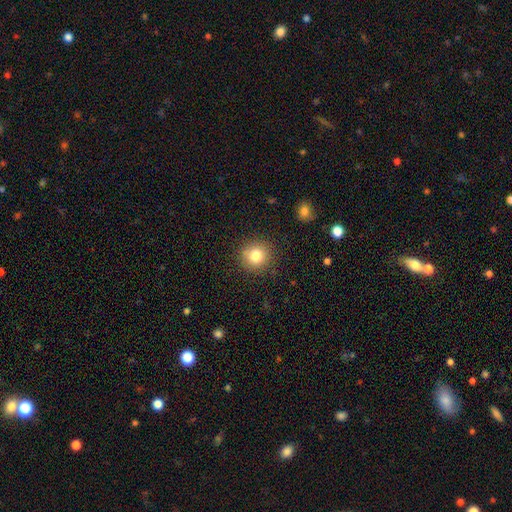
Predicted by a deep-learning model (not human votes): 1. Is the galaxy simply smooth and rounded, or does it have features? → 81% smooth, 11% star or artifact, 8% featured or disk.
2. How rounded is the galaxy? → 91% round, 8% in between, 1% cigar-shaped.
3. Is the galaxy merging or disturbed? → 89% none, 7% minor disturbance, 2% major disturbance, 1% merger.